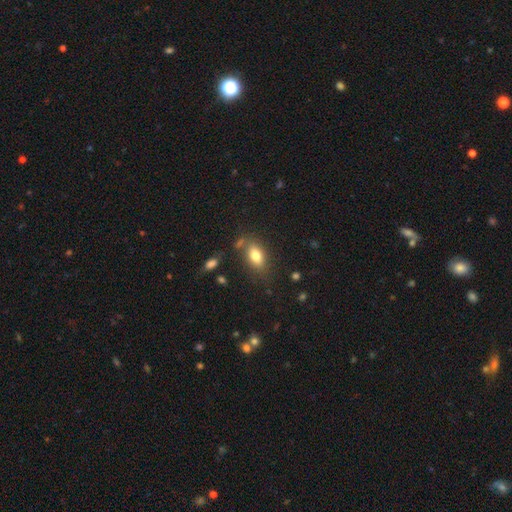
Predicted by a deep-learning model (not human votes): This appears to be a smooth galaxy with no disk features (78%) that is in between round and cigar-shaped (86%). Merging: none (71%).